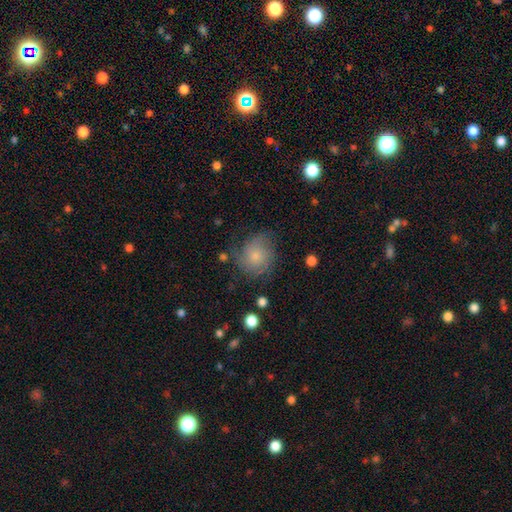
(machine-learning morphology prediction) Smooth or featured? Predicted: smooth (p=0.66). How rounded? Predicted: round (p=0.79). Merging? Predicted: none (p=0.59).